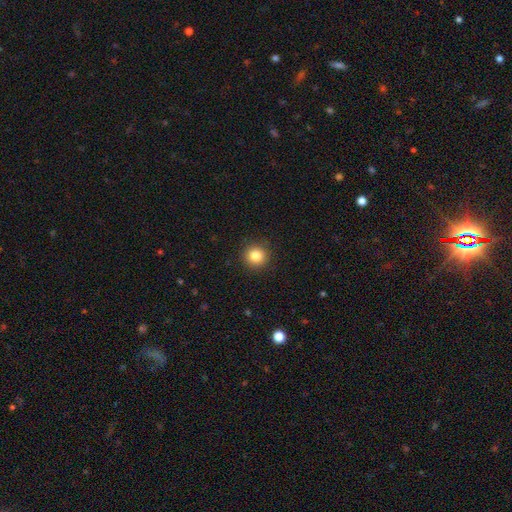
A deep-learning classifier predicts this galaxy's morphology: Smooth or featured?
  - smooth: 83% *
  - star or artifact: 11%
  - featured or disk: 6%
How rounded?
  - round: 95% *
  - in between: 4%
  - cigar-shaped: 1%
Merging?
  - none: 92% *
  - minor disturbance: 5%
  - major disturbance: 2%
  - merger: 1%